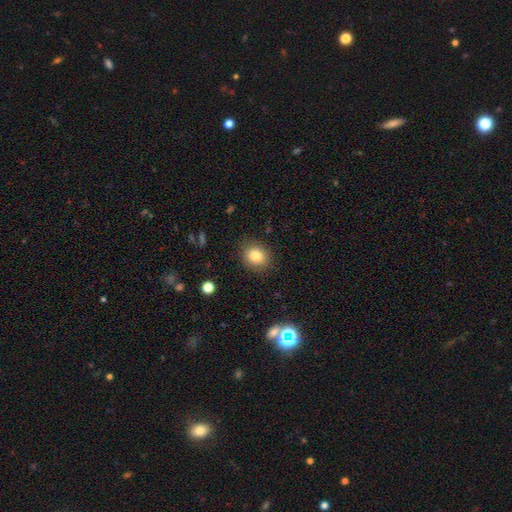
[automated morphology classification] A smooth galaxy with no disk features (82%) that is round (63%).

Vote fractions:
- Smooth or featured? smooth: 82% / star or artifact: 10% / featured or disk: 7%
- How rounded? round: 63% / in between: 36% / cigar-shaped: 1%
- Merging? none: 85% / minor disturbance: 10% / major disturbance: 3% / merger: 1%